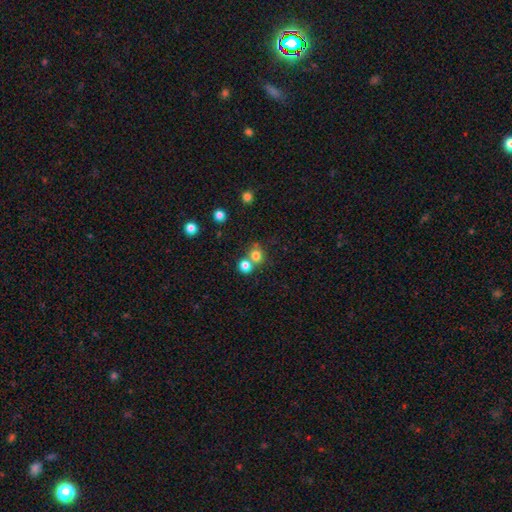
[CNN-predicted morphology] Smooth or featured?
  - smooth: 77% *
  - star or artifact: 14%
  - featured or disk: 9%
How rounded?
  - round: 82% *
  - in between: 17%
  - cigar-shaped: 1%
Merging?
  - none: 49% *
  - merger: 39%
  - minor disturbance: 8%
  - major disturbance: 4%